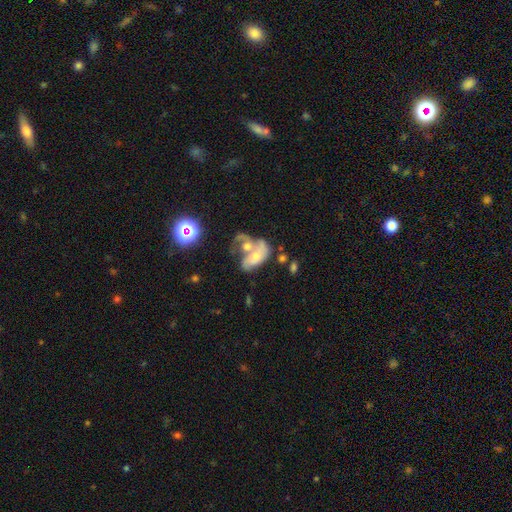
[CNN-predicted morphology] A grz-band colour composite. It shows a featured or disk galaxy (53%) with no bar (75%), spiral arms (54%) and a moderate central bulge (56%). Merging: merger (67%).